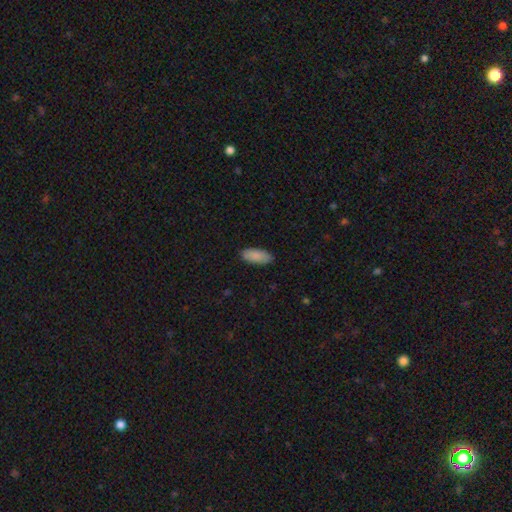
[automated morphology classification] smooth_or_featured: smooth (p=0.89) [alt: star or artifact p=0.06]
how_rounded: in between (p=0.87) [alt: cigar-shaped p=0.11]
merging: none (p=0.86) [alt: minor disturbance p=0.11]